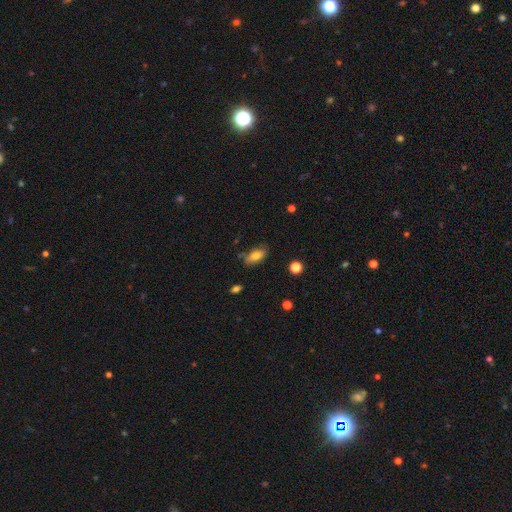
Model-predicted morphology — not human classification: Smooth or featured? Predicted: smooth (p=0.75). How rounded? Predicted: in between (p=0.86). Merging? Predicted: none (p=0.74).